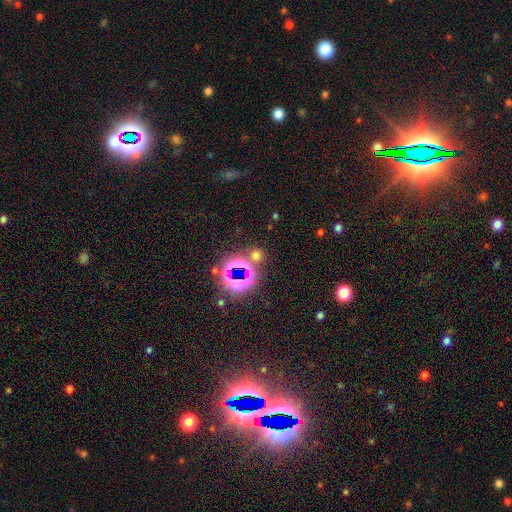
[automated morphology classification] star or artifact 48%, smooth 45%, featured or disk 7%.